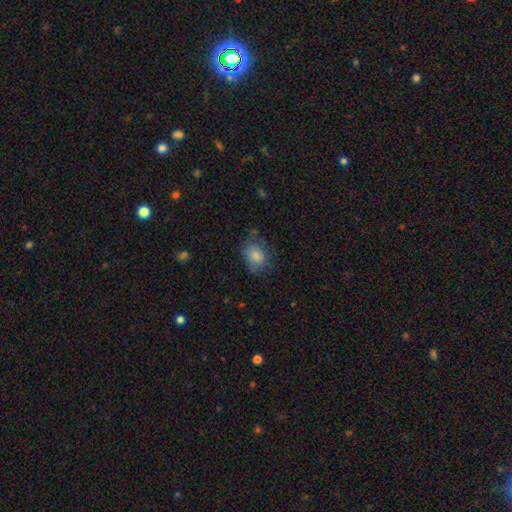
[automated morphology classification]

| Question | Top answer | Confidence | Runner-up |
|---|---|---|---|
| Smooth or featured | smooth | 80% | featured or disk (12%) |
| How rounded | in between | 66% | round (33%) |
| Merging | none | 62% | minor disturbance (26%) |